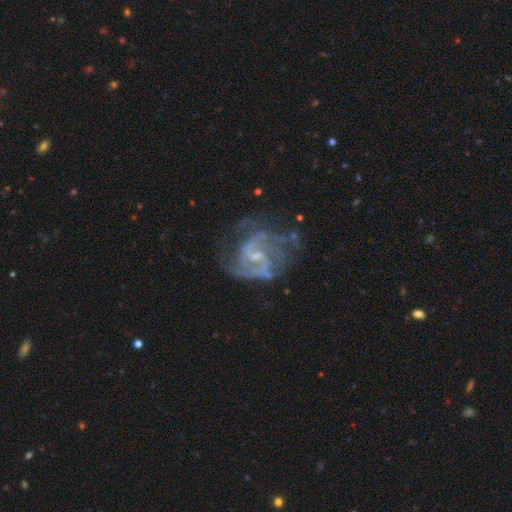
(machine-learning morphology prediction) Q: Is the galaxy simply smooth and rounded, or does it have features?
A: featured or disk — 88%.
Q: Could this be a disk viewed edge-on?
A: no — 98%.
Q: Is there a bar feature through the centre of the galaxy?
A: weak — 58%.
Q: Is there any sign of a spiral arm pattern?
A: yes — 95%.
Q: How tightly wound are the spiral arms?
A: medium — 55%.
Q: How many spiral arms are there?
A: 2 — 56%.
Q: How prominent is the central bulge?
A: small — 62%.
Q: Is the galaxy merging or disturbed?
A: none — 56%.